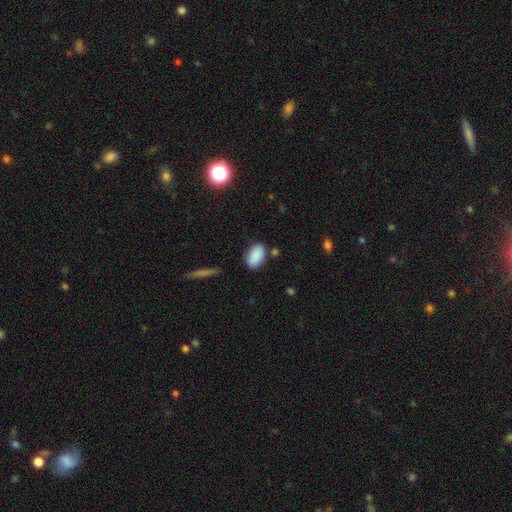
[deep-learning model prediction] A smooth galaxy with no disk features (89%) that is in between round and cigar-shaped (93%). Merging: none (80%).